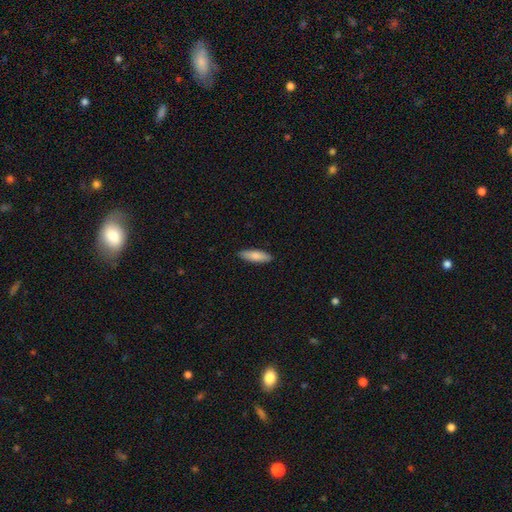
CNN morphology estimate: This appears to be a smooth galaxy with no disk features (83%) that is cigar-shaped (54%). Merging: none (90%).